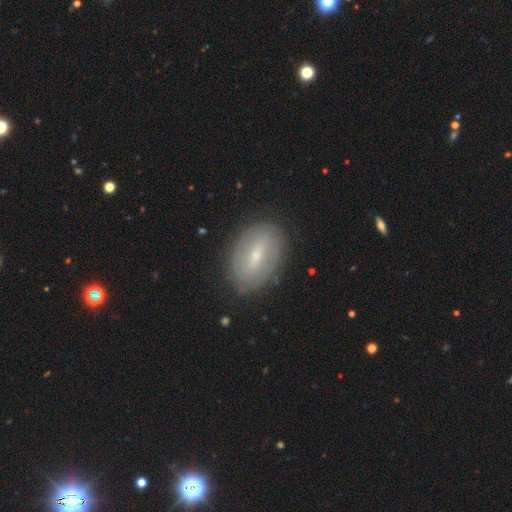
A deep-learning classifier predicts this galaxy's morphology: Overall: featured or disk (53%; smooth 39%). Edge-on disk: no (91%). Merging: none (83%).